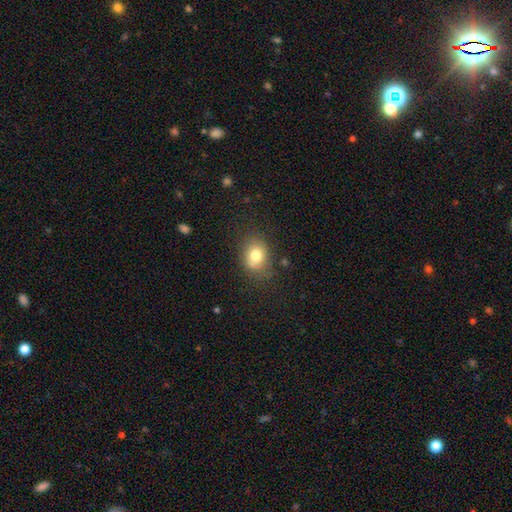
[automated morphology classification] The model was most divided on "how rounded": in between: 50%, round: 49%, cigar-shaped: 1%. More confident: smooth or featured — smooth (78%); merging — none (74%).